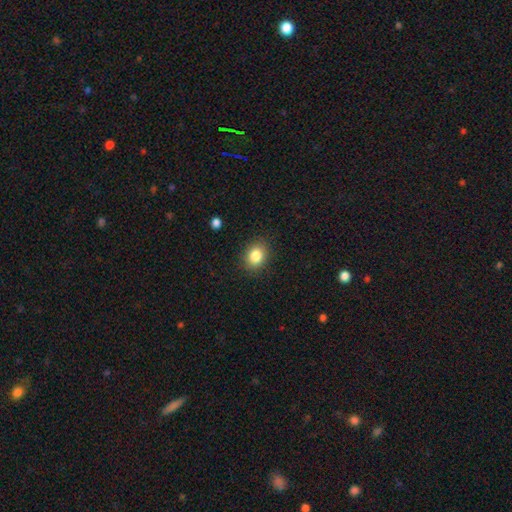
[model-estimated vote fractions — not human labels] smooth_or_featured: smooth (p=0.84) [alt: star or artifact p=0.10]
how_rounded: round (p=0.50) [alt: in between p=0.49]
merging: none (p=0.88) [alt: minor disturbance p=0.08]